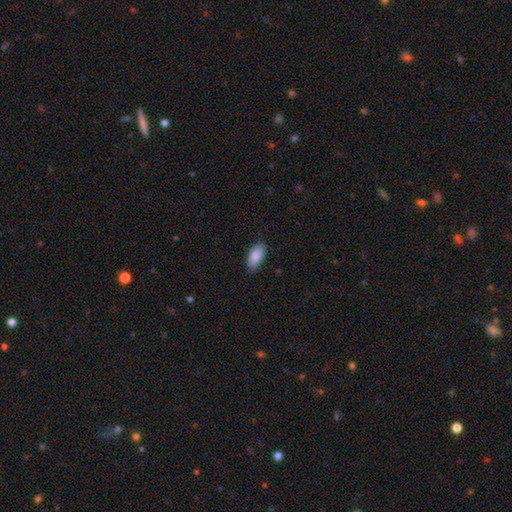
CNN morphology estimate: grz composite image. It shows a smooth galaxy with no disk features (88%) that is in between round and cigar-shaped (91%). Merging: none (83%).